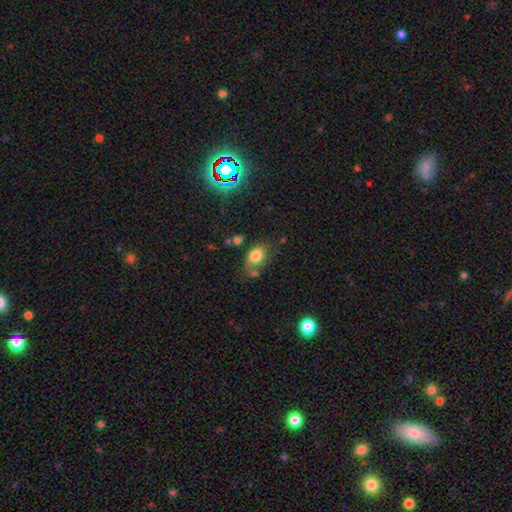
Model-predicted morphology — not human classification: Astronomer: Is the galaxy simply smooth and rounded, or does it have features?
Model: smooth — 79%.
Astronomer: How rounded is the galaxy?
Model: in between — 75%.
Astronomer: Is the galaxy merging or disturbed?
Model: none — 54%.